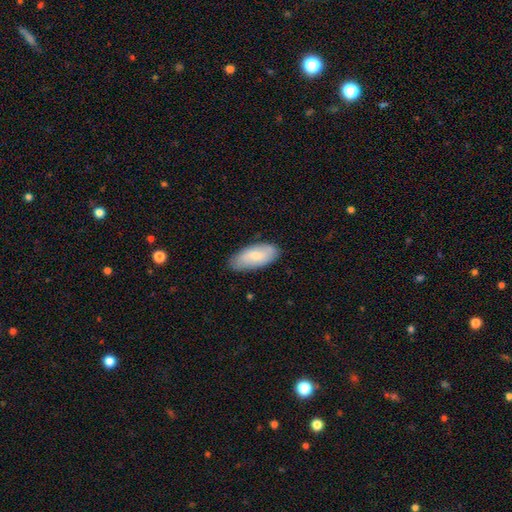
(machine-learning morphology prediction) This appears to be a smooth galaxy with no disk features (70%) that is in between round and cigar-shaped (89%). Merging: none (80%).